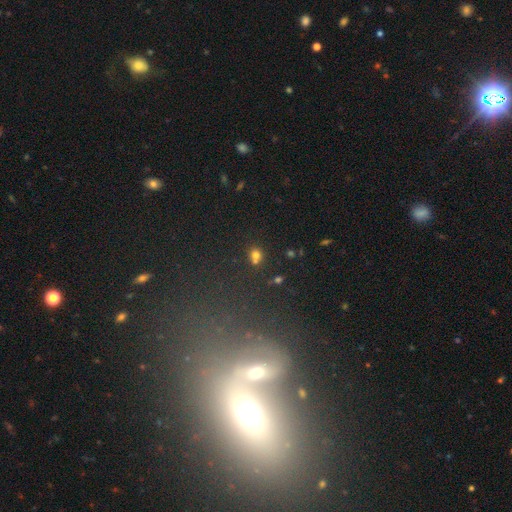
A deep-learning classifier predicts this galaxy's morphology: Smooth or featured? Predicted: smooth (p=0.72). How rounded? Predicted: round (p=0.73). Merging? Predicted: none (p=0.56).